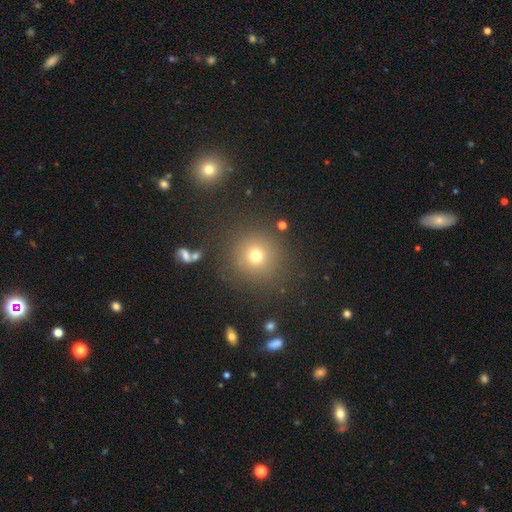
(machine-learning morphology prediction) This appears to be a smooth galaxy with no disk features (72%) that is round (93%). Merging: none (86%).